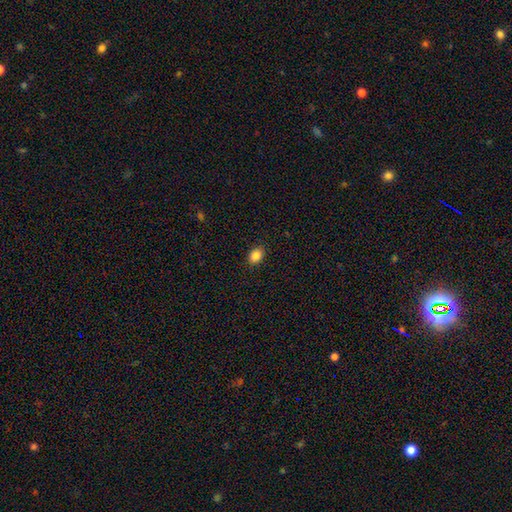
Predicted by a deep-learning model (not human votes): Overall: smooth (86%). How rounded: in between (71%). Merging: none (89%).